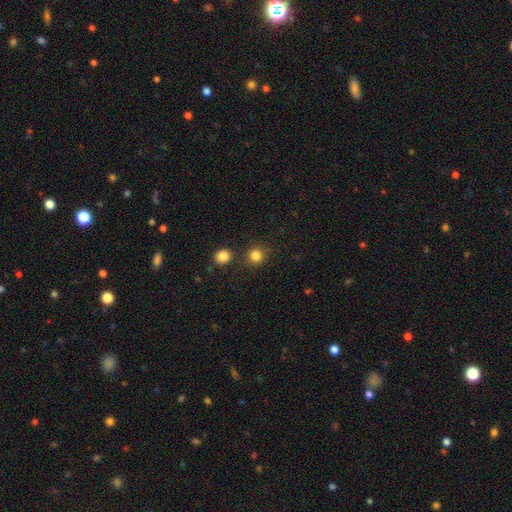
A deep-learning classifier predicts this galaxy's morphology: smooth-or-featured: smooth: 83% | star or artifact: 13% | featured or disk: 4%
  how-rounded: round: 90% | in between: 9% | cigar-shaped: 1%
  merging: none: 83% | minor disturbance: 8% | merger: 6% | major disturbance: 3%